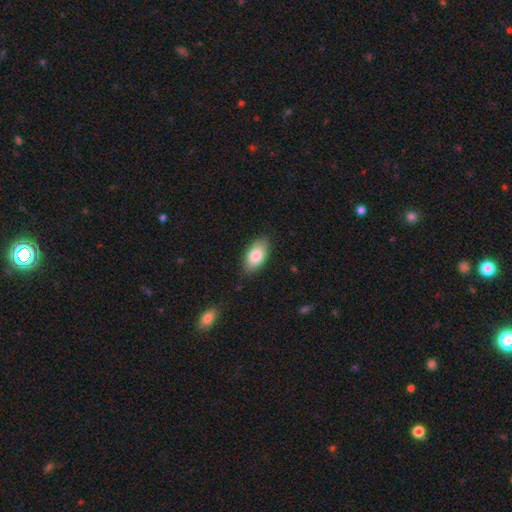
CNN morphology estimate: type=smooth (84%); roundness=in between (93%); merging=none (84%).